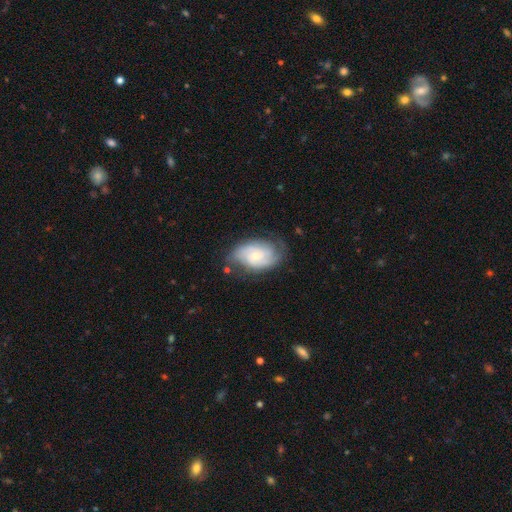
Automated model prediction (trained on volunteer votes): smooth-or-featured: featured or disk: 73% | smooth: 21% | star or artifact: 6%
  disk-edge-on: no: 97% | yes: 3%
    bar: no: 66% | weak: 29% | strong: 4%
    has-spiral-arms: yes: 92% | no: 8%
      spiral-winding: tight: 47% | medium: 38% | loose: 14%
      spiral-arm-count: 2: 46% | can't tell: 27% | 3: 15% | 4: 4% | 1: 4% | more than 4: 3%
    bulge-size: small: 63% | moderate: 32% | none: 2% | large: 2% | dominant: 1%
  merging: none: 64% | minor disturbance: 24% | major disturbance: 10% | merger: 2%